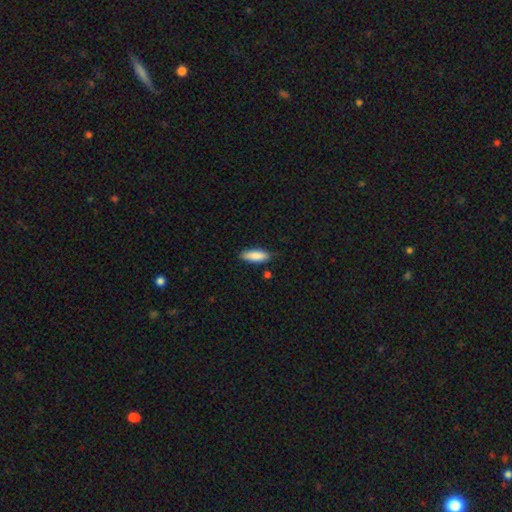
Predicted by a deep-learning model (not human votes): smooth_or_featured: smooth (p=0.87) [alt: featured or disk p=0.07]
how_rounded: in between (p=0.59) [alt: cigar-shaped p=0.39]
merging: none (p=0.84) [alt: minor disturbance p=0.12]